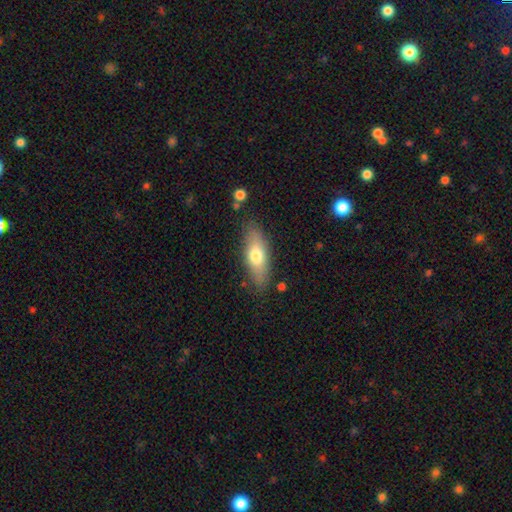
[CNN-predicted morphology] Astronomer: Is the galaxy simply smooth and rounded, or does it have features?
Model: smooth — 68%.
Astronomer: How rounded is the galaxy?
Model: in between — 61% (runner-up: cigar-shaped, 36%).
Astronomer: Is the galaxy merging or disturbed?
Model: none — 81%.